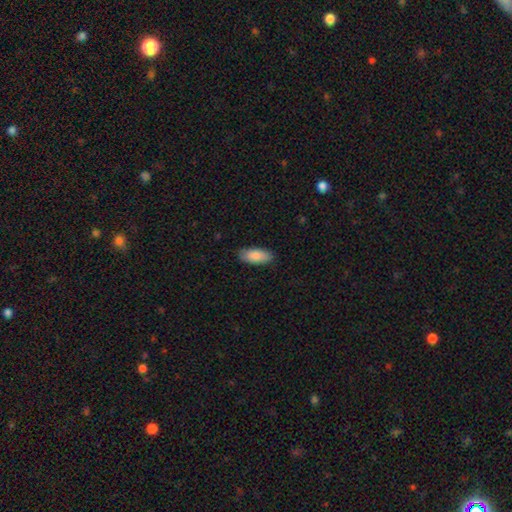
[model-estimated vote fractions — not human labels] Overall: smooth (87%). How rounded: in between (88%). Merging: none (87%).